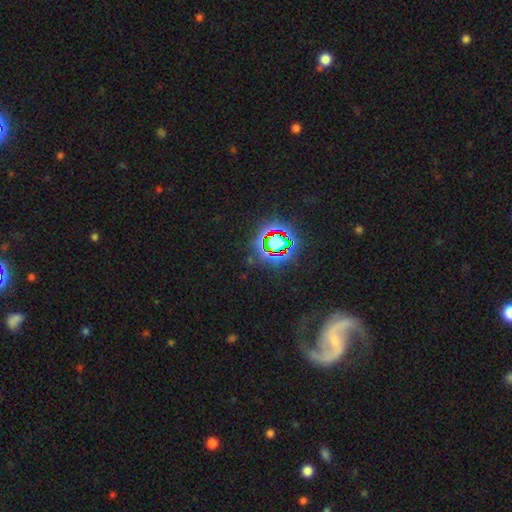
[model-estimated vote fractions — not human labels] Overall: featured or disk (72%). Edge-on disk: no (95%). Bar: weak (39%; no 33%). Spiral arms: yes (95%). Spiral arm count: 2 (93%). Spiral winding: loose (51%; medium 39%). Bulge size: small (63%). Merging: none (74%).